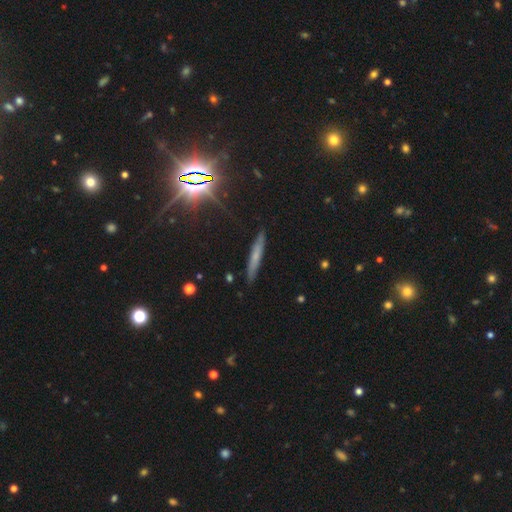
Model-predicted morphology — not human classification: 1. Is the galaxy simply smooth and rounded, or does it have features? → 51% smooth, 35% featured or disk, 15% star or artifact.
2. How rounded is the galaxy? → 93% cigar-shaped, 5% in between, 2% round.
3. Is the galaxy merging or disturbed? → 87% none, 10% minor disturbance, 2% major disturbance, 1% merger.